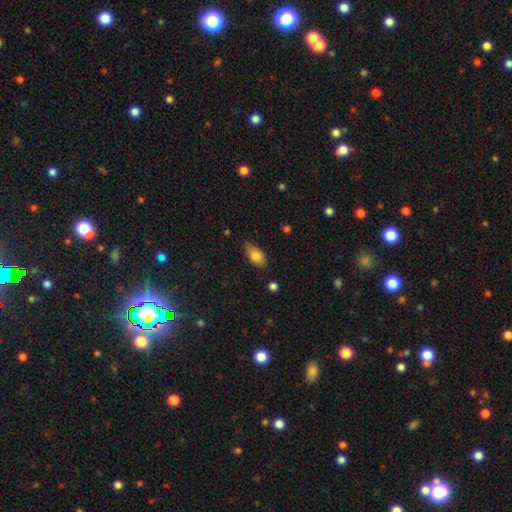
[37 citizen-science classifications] smooth-or-featured: smooth: 78% | featured or disk: 19% | star or artifact: 3%
  how-rounded: in between: 97% | cigar-shaped: 3% | round: 0%
  merging: none: 53% | minor disturbance: 42% | major disturbance: 6% | merger: 0%